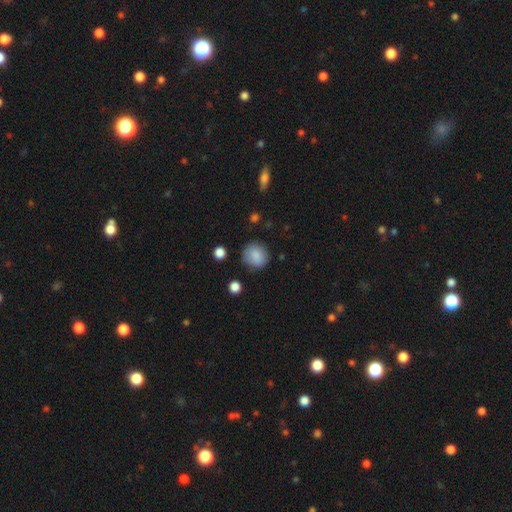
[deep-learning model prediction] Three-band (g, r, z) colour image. It shows a smooth galaxy with no disk features (86%) that is round (86%). Merging: none (80%).